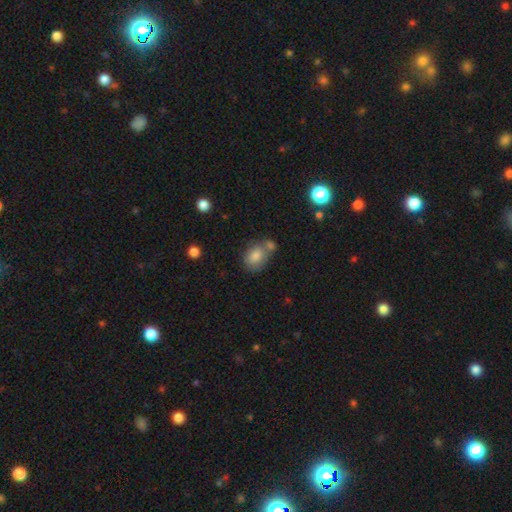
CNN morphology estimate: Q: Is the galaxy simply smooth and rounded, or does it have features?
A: smooth — 80%.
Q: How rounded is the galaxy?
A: in between — 69%.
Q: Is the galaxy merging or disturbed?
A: none — 47%.